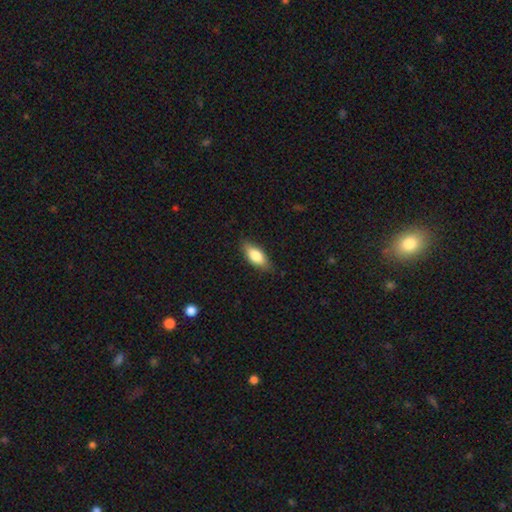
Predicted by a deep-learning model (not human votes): A smooth galaxy with no disk features (76%) that is in between round and cigar-shaped (80%).

Vote fractions:
- Smooth or featured? smooth: 76% / featured or disk: 18% / star or artifact: 6%
- How rounded? in between: 80% / cigar-shaped: 17% / round: 3%
- Merging? none: 83% / minor disturbance: 14% / major disturbance: 3% / merger: 1%